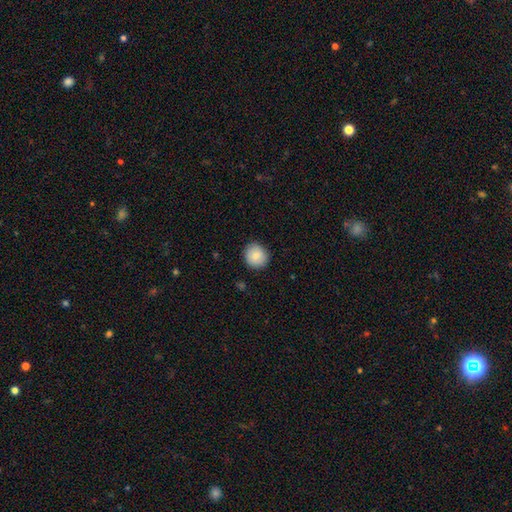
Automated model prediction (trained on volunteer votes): Smooth or featured: smooth — 82% (featured or disk — 10%)
How rounded: round — 88% (in between — 11%)
Merging: none — 87% (minor disturbance — 10%)